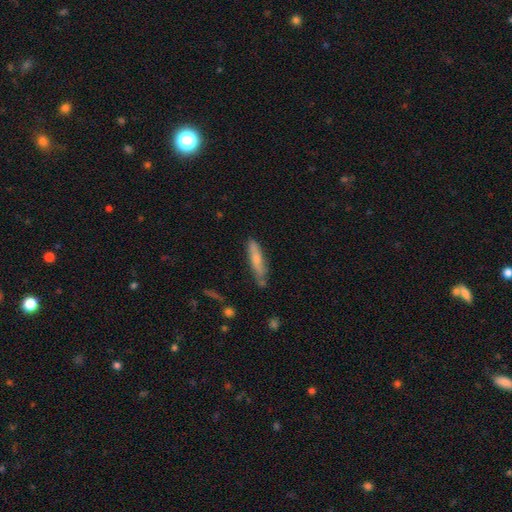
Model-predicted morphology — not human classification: Smooth or featured? smooth (60%)
How rounded? cigar-shaped (86%)
Merging? none (73%)